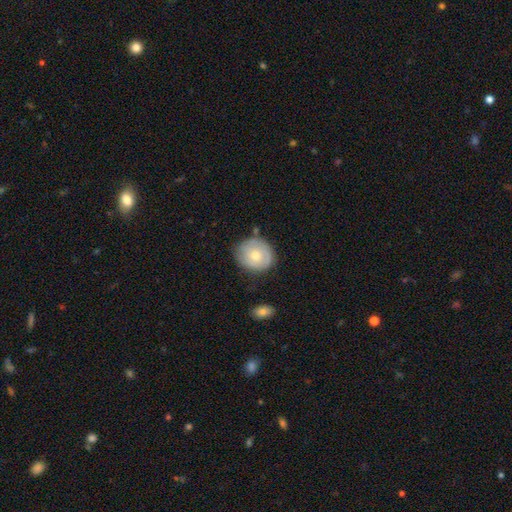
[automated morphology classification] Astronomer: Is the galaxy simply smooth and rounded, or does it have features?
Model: smooth — 58% (runner-up: featured or disk, 36%).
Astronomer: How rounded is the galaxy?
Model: round — 82%.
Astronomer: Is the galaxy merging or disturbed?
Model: none — 71%.